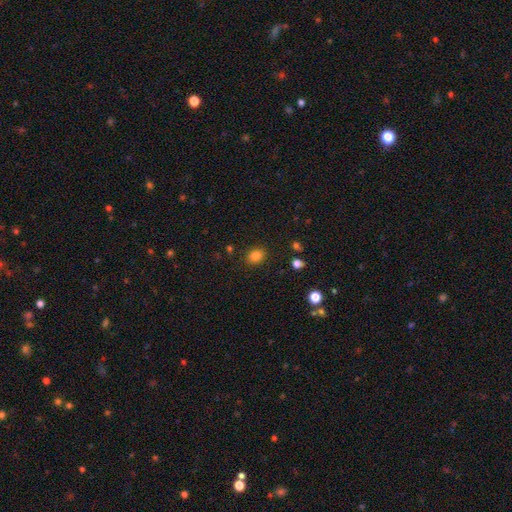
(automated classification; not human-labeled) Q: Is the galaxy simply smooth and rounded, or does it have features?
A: smooth — 82%.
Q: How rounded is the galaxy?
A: round — 65%.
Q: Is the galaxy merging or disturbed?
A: none — 88%.